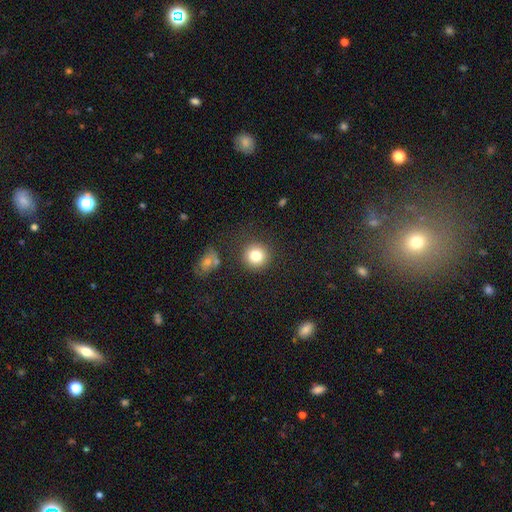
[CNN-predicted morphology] Q: Smooth or featured?
A: smooth (81%); runner-up: star or artifact (11%)
Q: How rounded?
A: round (92%); runner-up: in between (7%)
Q: Merging?
A: none (85%); runner-up: minor disturbance (8%)